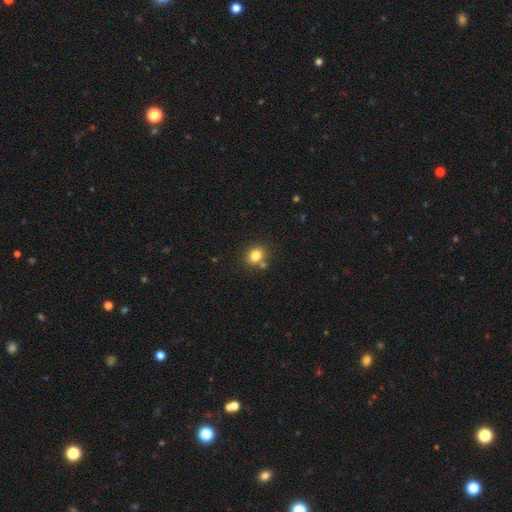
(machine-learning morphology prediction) smooth_or_featured: smooth (p=0.81) [alt: star or artifact p=0.12]
how_rounded: round (p=0.61) [alt: in between p=0.39]
merging: none (p=0.74) [alt: merger p=0.13]